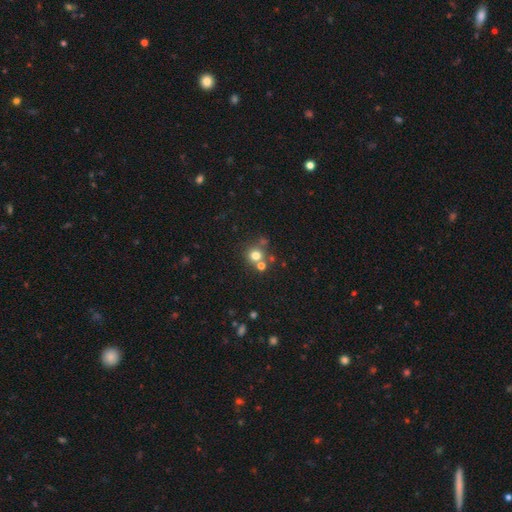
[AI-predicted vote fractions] Smooth or featured?
  - smooth: 72% *
  - star or artifact: 17%
  - featured or disk: 11%
How rounded?
  - round: 89% *
  - in between: 10%
  - cigar-shaped: 1%
Merging?
  - none: 61% *
  - merger: 27%
  - minor disturbance: 8%
  - major disturbance: 4%